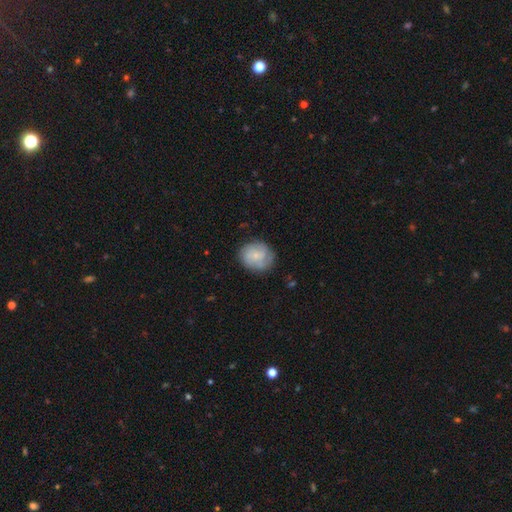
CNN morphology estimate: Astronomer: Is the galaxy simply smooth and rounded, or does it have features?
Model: smooth — 59% (runner-up: featured or disk, 34%).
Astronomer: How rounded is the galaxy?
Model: round — 76%.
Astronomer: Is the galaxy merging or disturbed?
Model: none — 70%.